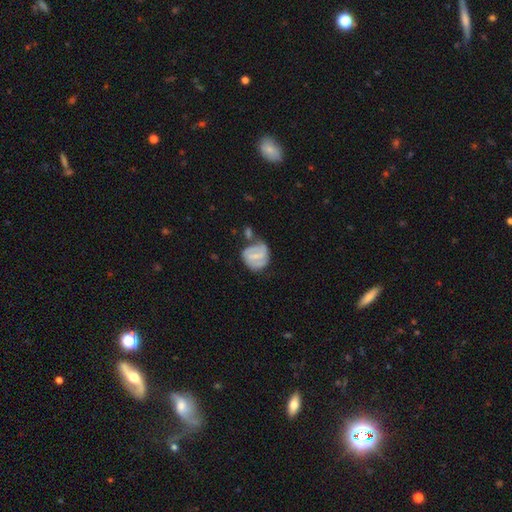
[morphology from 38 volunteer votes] A featured or disk galaxy (58%) with a strong bar (50%), no spiral arms (64%) and a small central bulge (59%).

Vote fractions:
- Smooth or featured? featured or disk: 58% / smooth: 39% / star or artifact: 3%
- Edge-on disk? no: 100% / yes: 0%
- Bar? strong: 50% / weak: 32% / no: 18%
- Spiral arms? no: 64% / yes: 36%
- Bulge size? small: 59% / none: 18% / moderate: 14% / dominant: 9% / large: 0%
- Merging? major disturbance: 38% / none: 30% / minor disturbance: 16% / merger: 16%